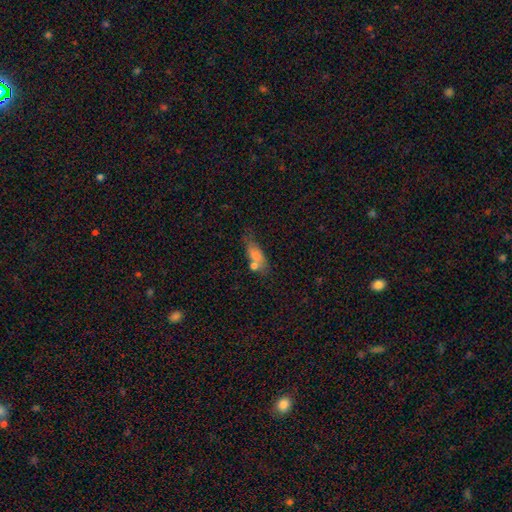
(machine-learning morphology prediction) Overall: smooth (66%). How rounded: in between (66%; cigar-shaped 28%). Merging: none (45%; merger 26%).